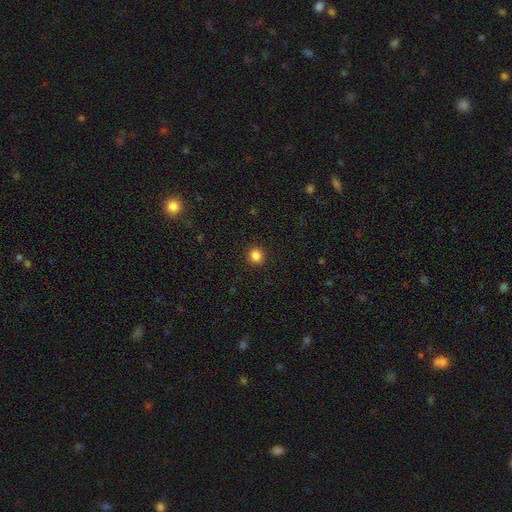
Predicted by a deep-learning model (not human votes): The model was most divided on "smooth or featured": smooth: 85%, star or artifact: 11%, featured or disk: 4%. More confident: merging — none (93%); how rounded — round (92%).